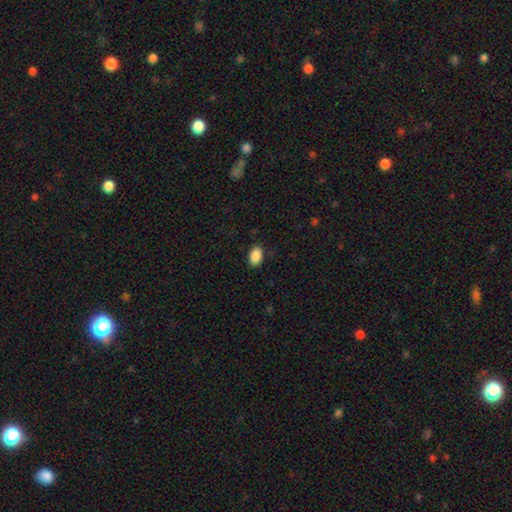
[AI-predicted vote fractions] Morphology: type=smooth (89%); roundness=in between (90%); merging=none (86%).